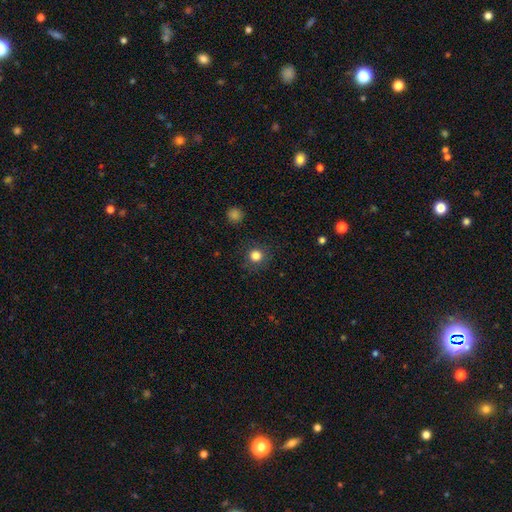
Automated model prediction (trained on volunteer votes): smooth_or_featured: smooth (p=0.83) [alt: star or artifact p=0.12]
how_rounded: round (p=0.92) [alt: in between p=0.07]
merging: none (p=0.87) [alt: minor disturbance p=0.09]